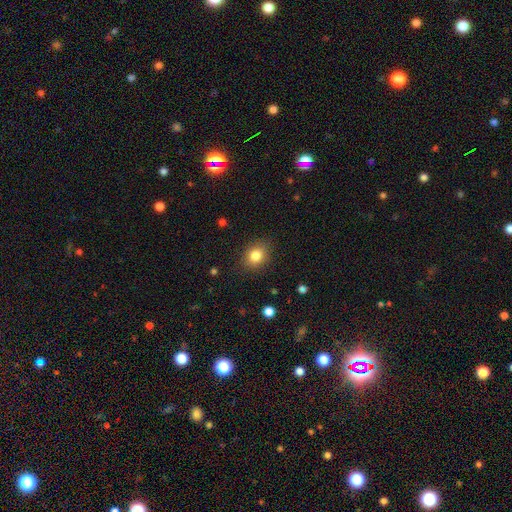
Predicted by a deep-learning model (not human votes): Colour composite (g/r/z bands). It shows a smooth galaxy with no disk features (83%) that is round (53%). Merging: none (86%).